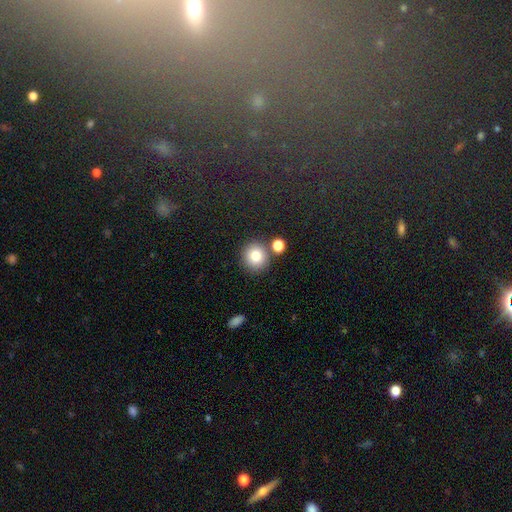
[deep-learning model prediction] smooth-or-featured: smooth: 82% | star or artifact: 11% | featured or disk: 8%
  how-rounded: round: 90% | in between: 9% | cigar-shaped: 1%
  merging: none: 78% | merger: 11% | minor disturbance: 8% | major disturbance: 3%